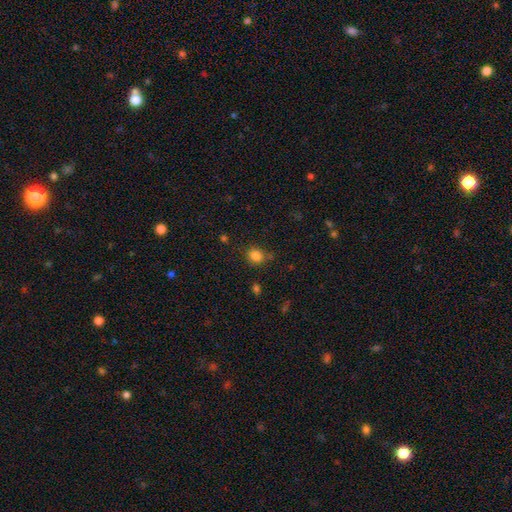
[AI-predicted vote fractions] smooth 83%, star or artifact 13%, featured or disk 5%. Down the decision tree: how rounded — round (68%); merging — none (74%).